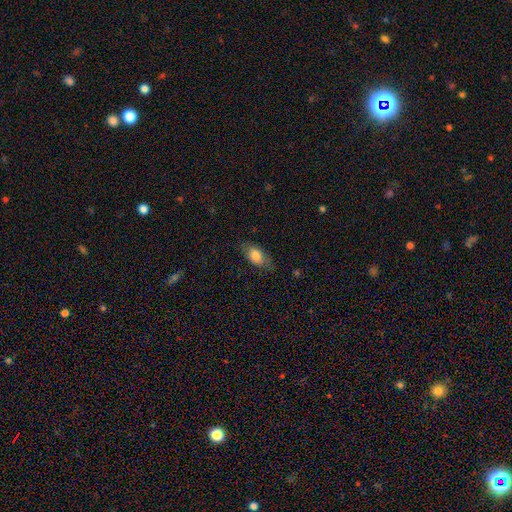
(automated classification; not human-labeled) This appears to be a smooth galaxy with no disk features (77%) that is in between round and cigar-shaped (87%). Merging: none (77%).